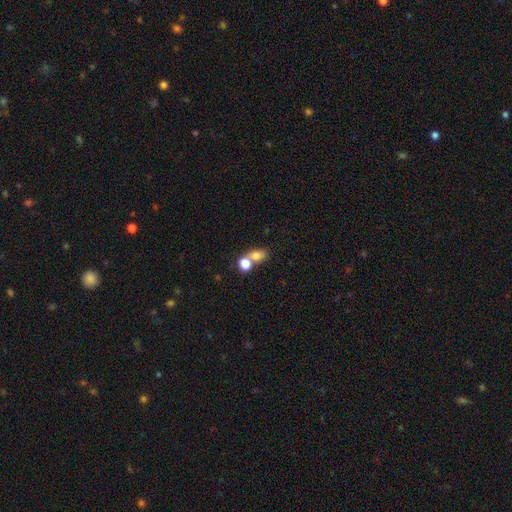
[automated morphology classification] Smooth or featured? smooth (77%)
How rounded? in between (58%)
Merging? merger (54%)